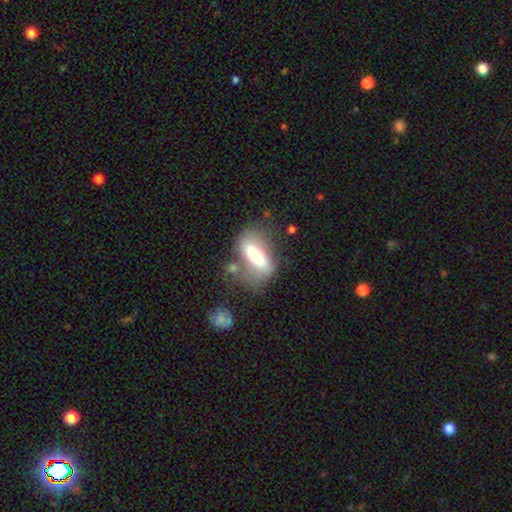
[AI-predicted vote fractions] smooth_or_featured: smooth (p=0.64) [alt: featured or disk p=0.27]
how_rounded: in between (p=0.66) [alt: cigar-shaped p=0.30]
merging: none (p=0.43) [alt: minor disturbance p=0.23]